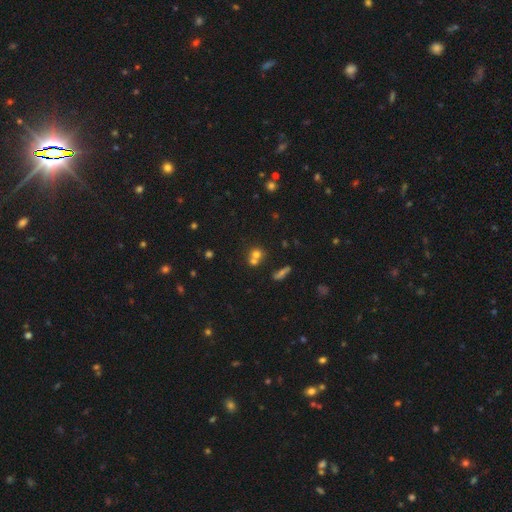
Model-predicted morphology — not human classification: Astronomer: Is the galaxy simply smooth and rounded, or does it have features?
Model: smooth — 65%.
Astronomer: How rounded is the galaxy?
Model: round — 81%.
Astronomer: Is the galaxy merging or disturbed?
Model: merger — 52% (runner-up: none, 38%).